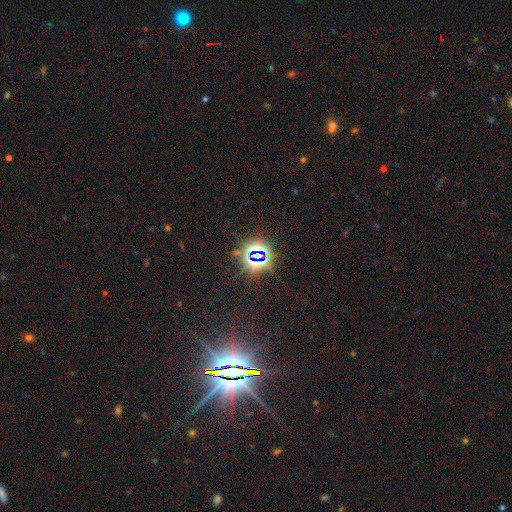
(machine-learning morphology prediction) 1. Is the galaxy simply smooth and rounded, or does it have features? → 80% star or artifact, 12% smooth, 8% featured or disk.